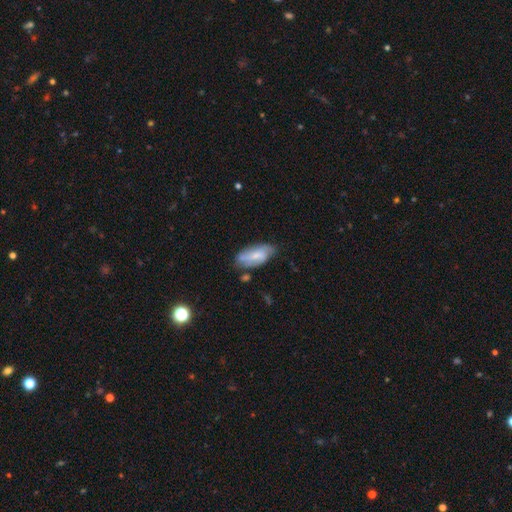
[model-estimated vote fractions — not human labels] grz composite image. It shows a smooth galaxy with no disk features (54%) that is in between round and cigar-shaped (89%). Merging: none (60%).